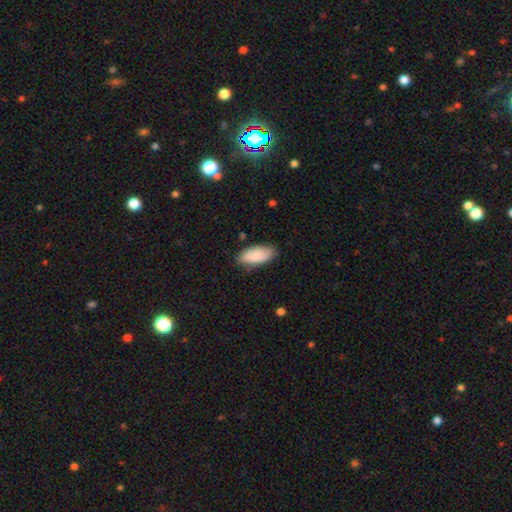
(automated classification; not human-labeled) Overall: smooth (86%). How rounded: in between (88%). Merging: none (79%).